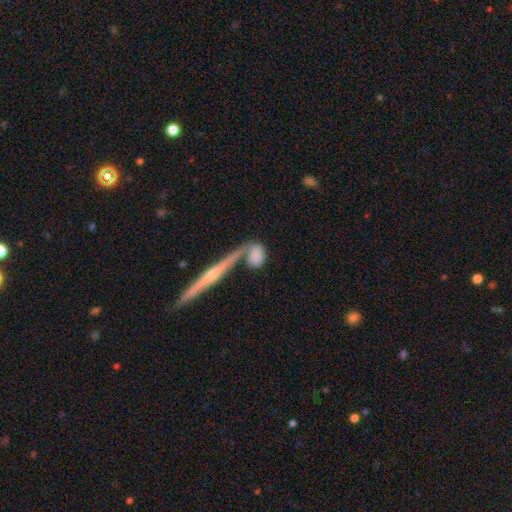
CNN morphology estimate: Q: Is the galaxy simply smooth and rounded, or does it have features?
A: smooth — 65%.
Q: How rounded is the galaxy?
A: in between — 44%.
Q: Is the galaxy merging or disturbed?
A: none — 47%.